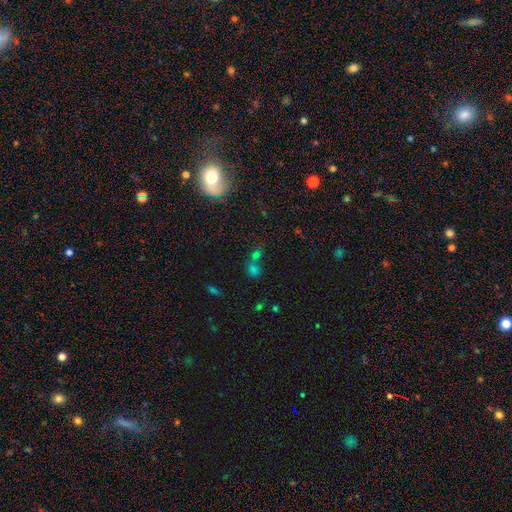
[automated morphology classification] A smooth galaxy with no disk features (46%). Merging: none (52%).